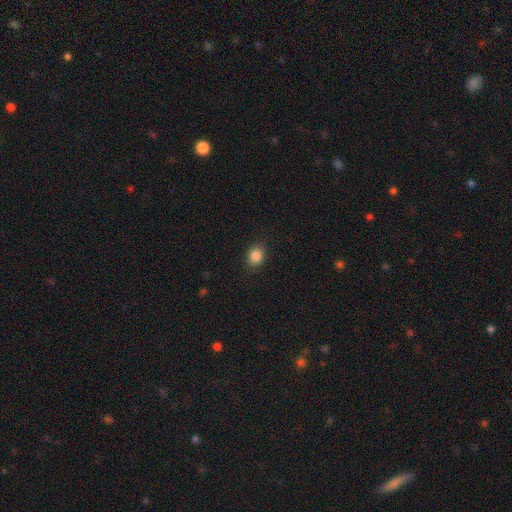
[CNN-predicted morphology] A smooth galaxy with no disk features (86%) that is round (52%). Merging: none (86%).